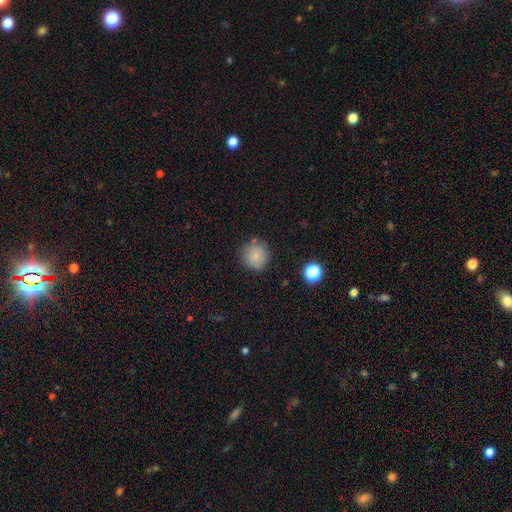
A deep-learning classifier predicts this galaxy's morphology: This is clearly a smooth galaxy (80%). How rounded: clearly round (92%). Merging: likely none (78%).